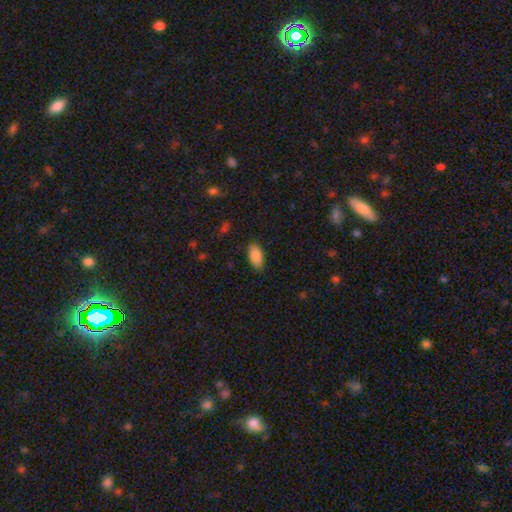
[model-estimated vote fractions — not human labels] This is clearly a smooth galaxy (88%). How rounded: clearly in between (93%). Merging: clearly none (84%).